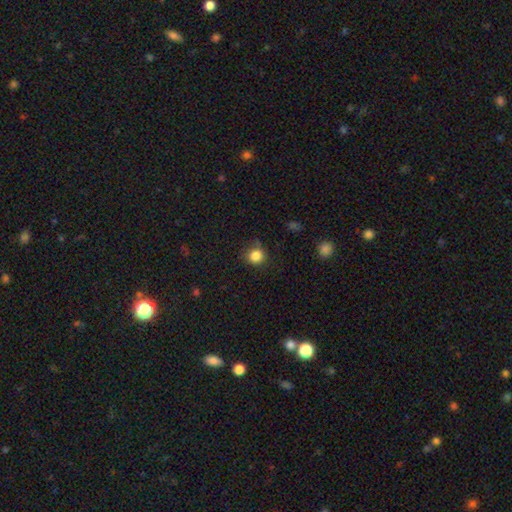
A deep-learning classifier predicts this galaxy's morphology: This is clearly a smooth galaxy (85%). How rounded: clearly round (86%). Merging: likely none (76%).